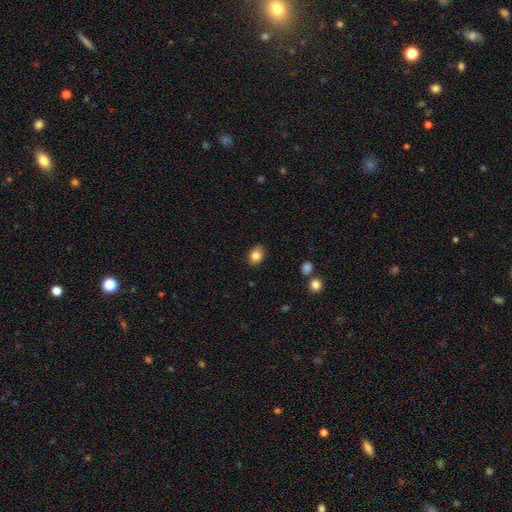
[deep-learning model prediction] The model was most divided on "how rounded": in between: 65%, round: 34%, cigar-shaped: 1%. More confident: merging — none (87%); smooth or featured — smooth (84%).